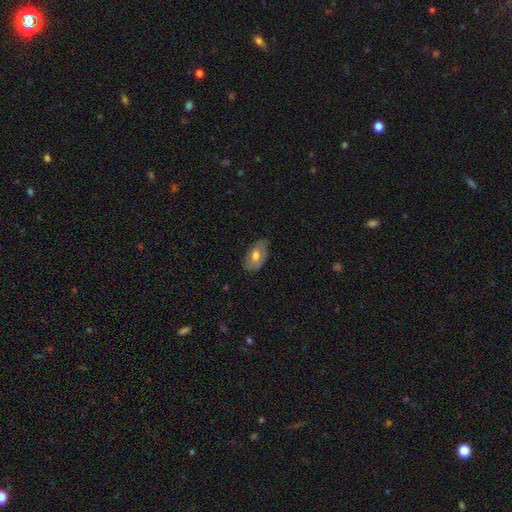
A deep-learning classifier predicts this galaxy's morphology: Smooth or featured? Predicted: smooth (p=0.62). How rounded? Predicted: in between (p=0.92). Merging? Predicted: none (p=0.68).